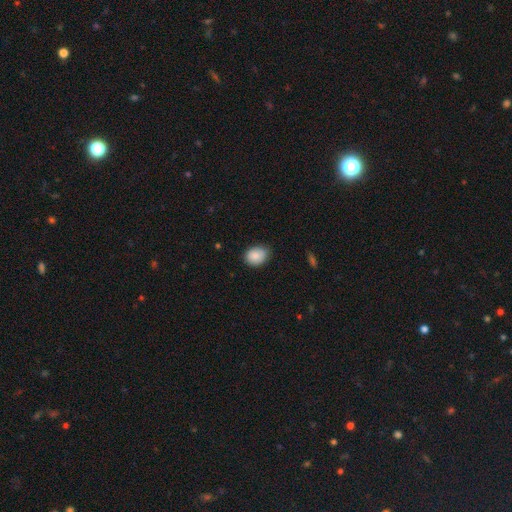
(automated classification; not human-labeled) Smooth or featured? smooth (86%)
How rounded? in between (59%)
Merging? none (76%)